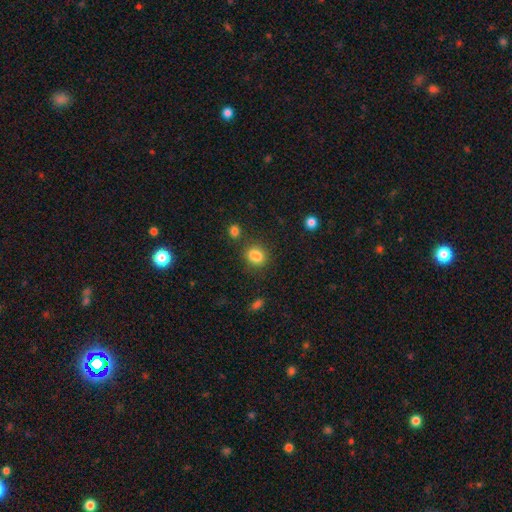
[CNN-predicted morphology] Smooth or featured?
  - smooth: 84% *
  - star or artifact: 11%
  - featured or disk: 5%
How rounded?
  - round: 52% *
  - in between: 46%
  - cigar-shaped: 1%
Merging?
  - none: 72% *
  - minor disturbance: 14%
  - merger: 10%
  - major disturbance: 4%